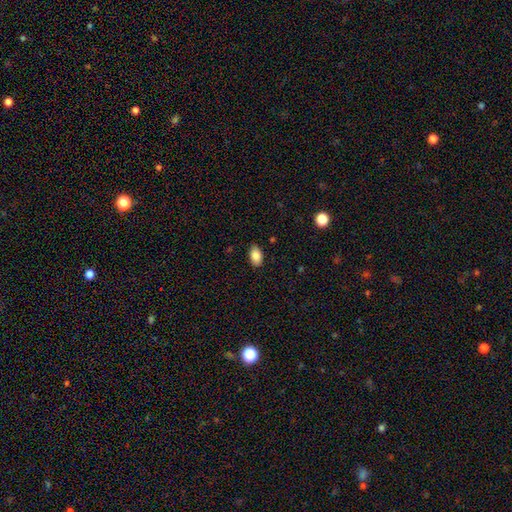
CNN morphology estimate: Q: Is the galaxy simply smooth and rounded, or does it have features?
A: smooth — 87%.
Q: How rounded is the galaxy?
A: in between — 92%.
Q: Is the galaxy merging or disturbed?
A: none — 85%.